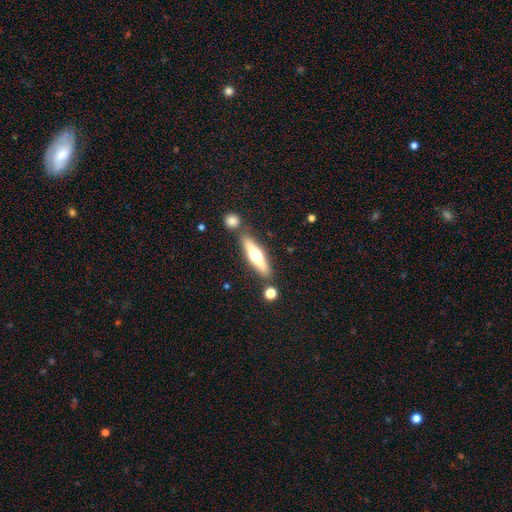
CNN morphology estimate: featured or disk 54%, smooth 40%, star or artifact 6%. Down the decision tree: edge-on disk — yes (92%); edge-on bulge — rounded (93%); merging — none (78%).